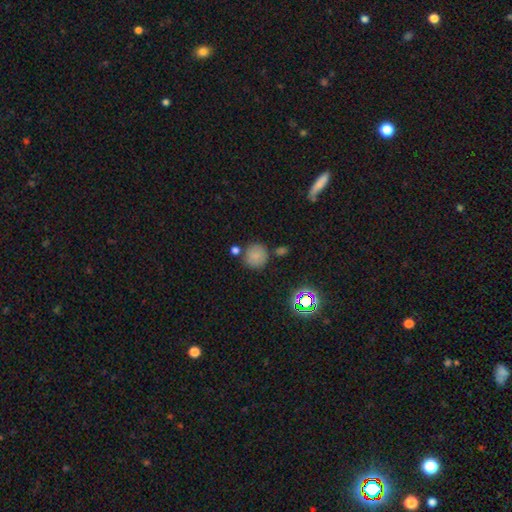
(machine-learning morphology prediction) Smooth or featured? smooth (80%)
How rounded? round (92%)
Merging? none (73%)